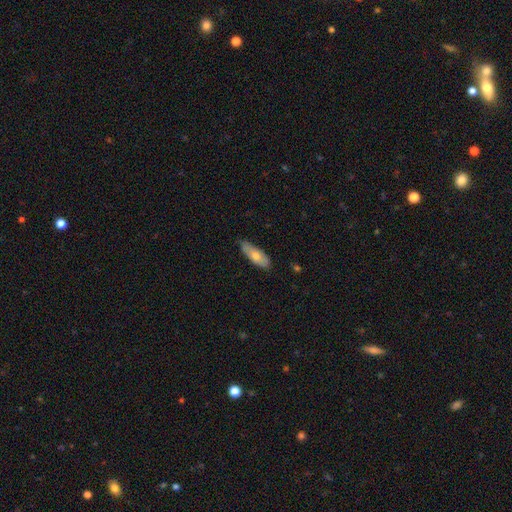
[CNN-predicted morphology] Smooth or featured?
  - smooth: 63% *
  - featured or disk: 31%
  - star or artifact: 6%
How rounded?
  - in between: 57% *
  - cigar-shaped: 41%
  - round: 2%
Merging?
  - none: 80% *
  - minor disturbance: 16%
  - major disturbance: 2%
  - merger: 1%